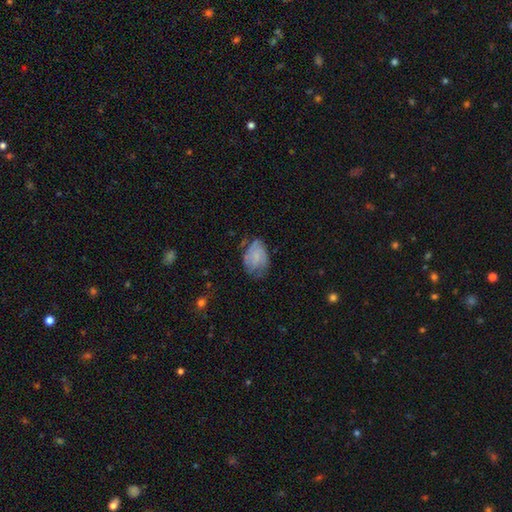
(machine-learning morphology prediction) This appears to be a smooth galaxy with no disk features (50%) that is in between round and cigar-shaped (78%). Merging: none (49%).